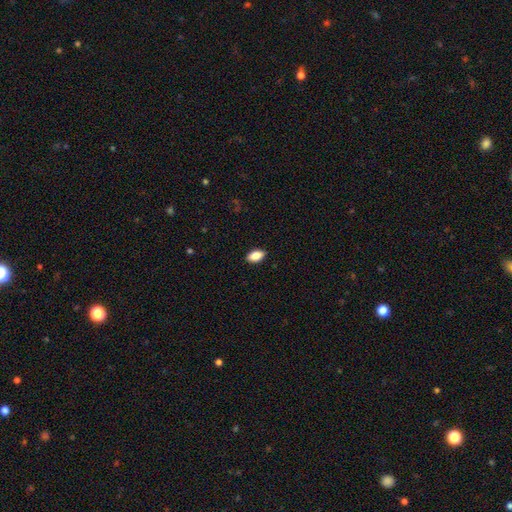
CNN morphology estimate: smooth_or_featured: smooth (p=0.87) [alt: star or artifact p=0.07]
how_rounded: in between (p=0.93) [alt: round p=0.04]
merging: none (p=0.89) [alt: minor disturbance p=0.08]